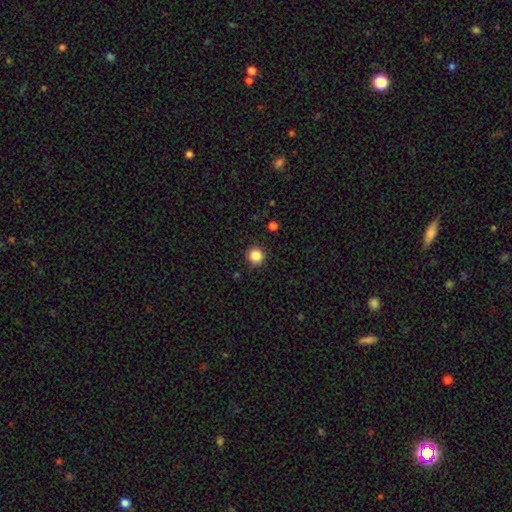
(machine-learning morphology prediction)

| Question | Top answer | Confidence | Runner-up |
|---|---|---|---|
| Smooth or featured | smooth | 86% | star or artifact (11%) |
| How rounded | round | 95% | in between (4%) |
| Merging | none | 92% | minor disturbance (5%) |